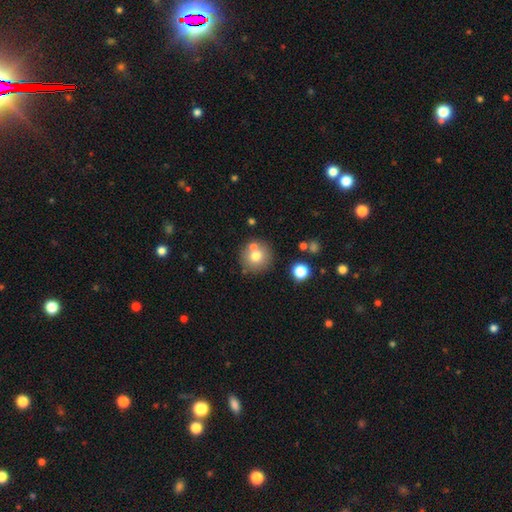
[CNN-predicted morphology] smooth_or_featured: smooth (p=0.72) [alt: featured or disk p=0.16]
how_rounded: round (p=0.93) [alt: in between p=0.06]
merging: none (p=0.71) [alt: merger p=0.17]